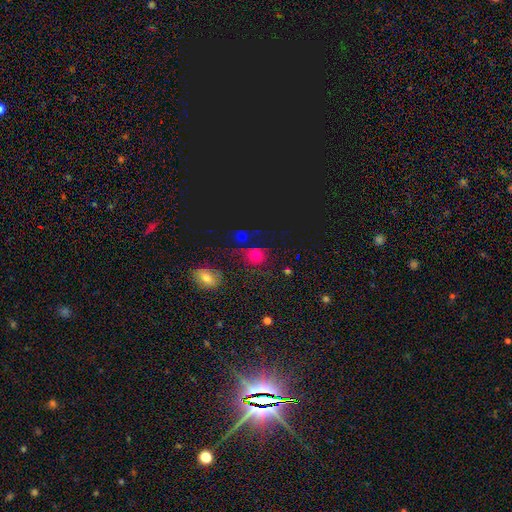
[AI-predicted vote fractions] Smooth or featured? Predicted: smooth (p=0.61). How rounded? Predicted: round (p=0.83). Merging? Predicted: none (p=0.69).